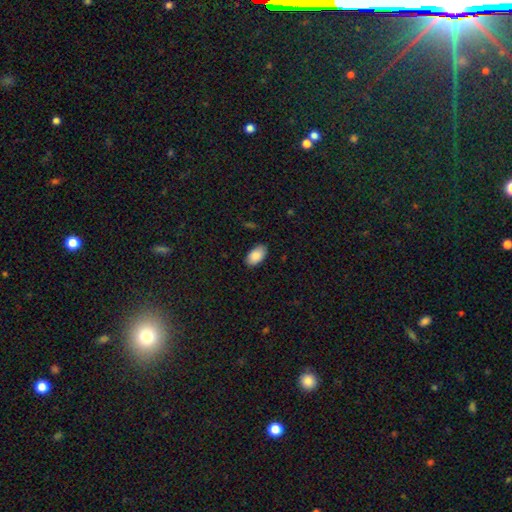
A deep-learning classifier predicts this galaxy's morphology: Q: Smooth or featured?
A: smooth (88%); runner-up: star or artifact (7%)
Q: How rounded?
A: in between (95%); runner-up: round (4%)
Q: Merging?
A: none (85%); runner-up: minor disturbance (11%)